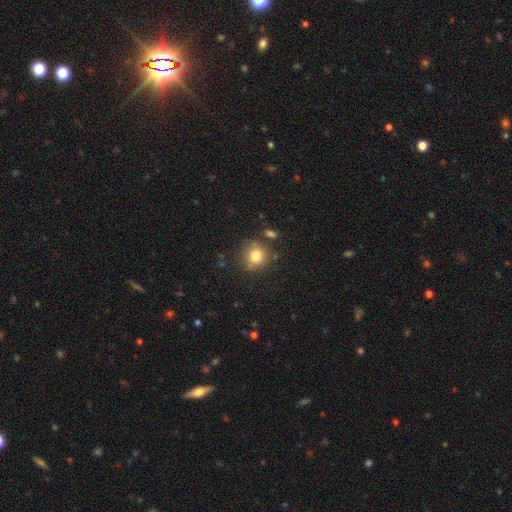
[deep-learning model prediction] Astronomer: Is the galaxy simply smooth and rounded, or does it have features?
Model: smooth — 81%.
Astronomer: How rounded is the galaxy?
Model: round — 87%.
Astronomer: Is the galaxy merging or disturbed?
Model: none — 75%.